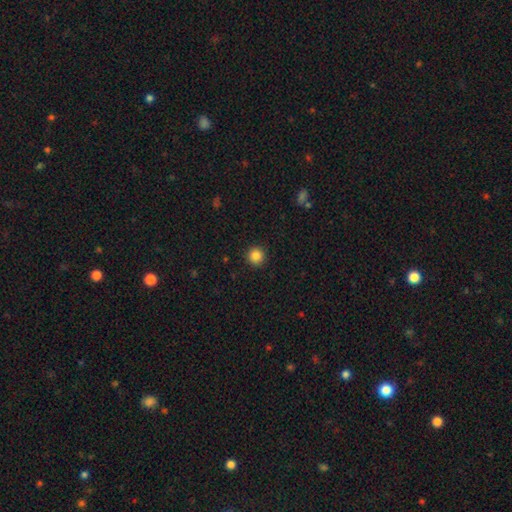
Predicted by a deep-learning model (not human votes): Q: Smooth or featured?
A: smooth (86%); runner-up: star or artifact (10%)
Q: How rounded?
A: round (95%); runner-up: in between (4%)
Q: Merging?
A: none (93%); runner-up: minor disturbance (5%)